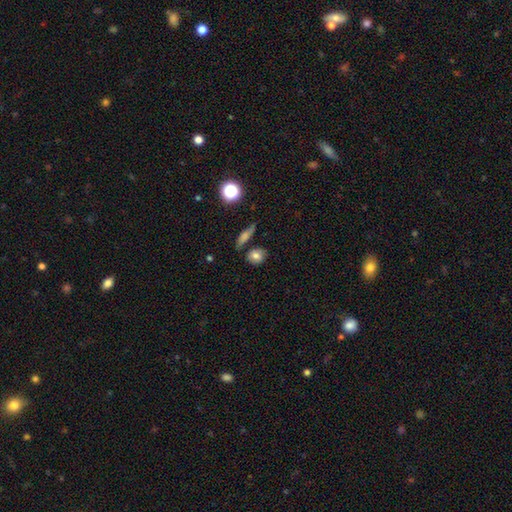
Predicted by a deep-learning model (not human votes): Overall: smooth (75%). How rounded: round (54%; in between 42%). Merging: none (72%).